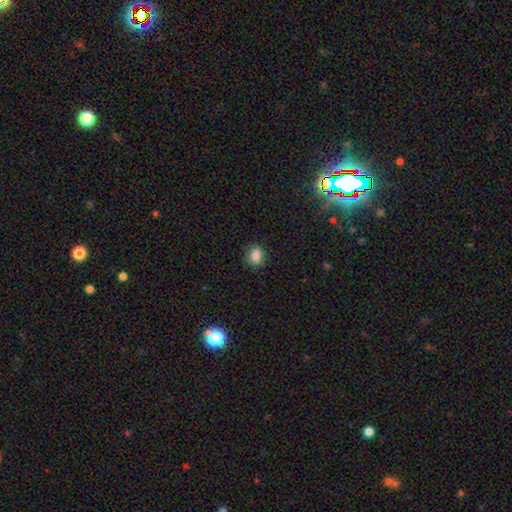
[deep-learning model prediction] Smooth or featured? Predicted: smooth (p=0.82). How rounded? Predicted: in between (p=0.61). Merging? Predicted: none (p=0.81).